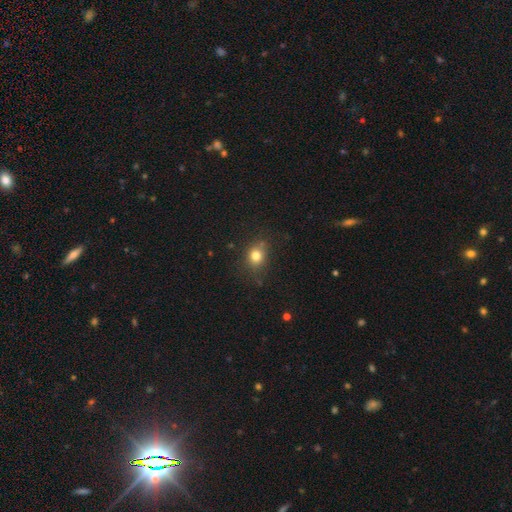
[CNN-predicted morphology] Q: Smooth or featured?
A: smooth (78%); runner-up: star or artifact (13%)
Q: How rounded?
A: round (63%); runner-up: in between (36%)
Q: Merging?
A: none (75%); runner-up: minor disturbance (17%)